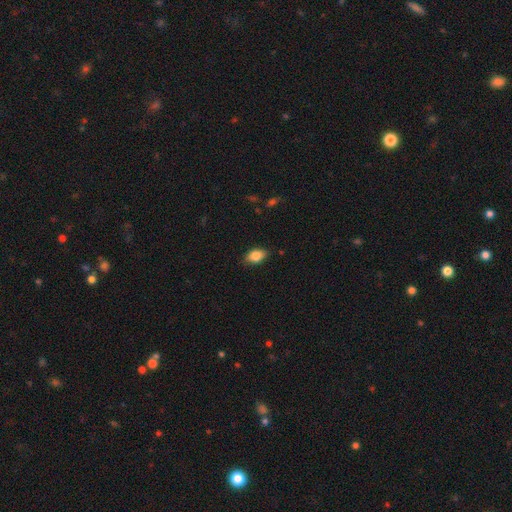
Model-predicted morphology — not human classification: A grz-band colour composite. It shows a smooth galaxy with no disk features (84%) that is in between round and cigar-shaped (86%). Merging: none (80%).